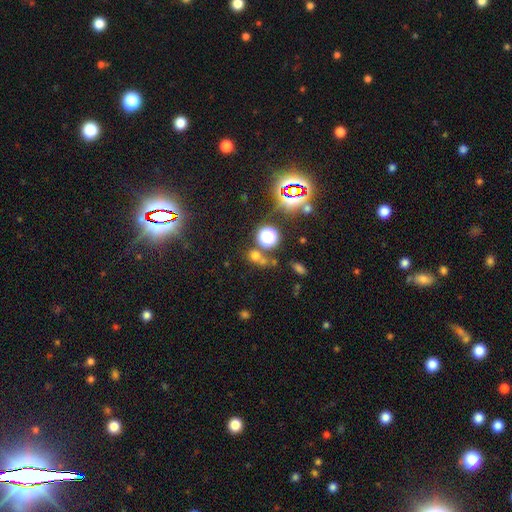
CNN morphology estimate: The model was most divided on "smooth or featured": smooth: 54%, star or artifact: 36%, featured or disk: 9%. More confident: how rounded — round (75%); merging — none (56%).